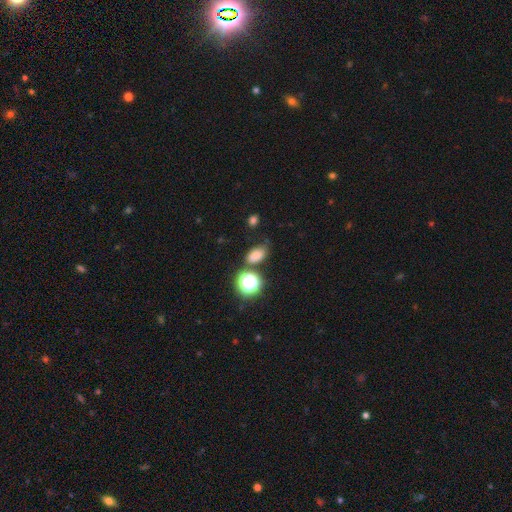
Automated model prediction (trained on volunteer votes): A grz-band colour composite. It shows a smooth galaxy with no disk features (75%) that is in between round and cigar-shaped (77%). Merging: none (63%).